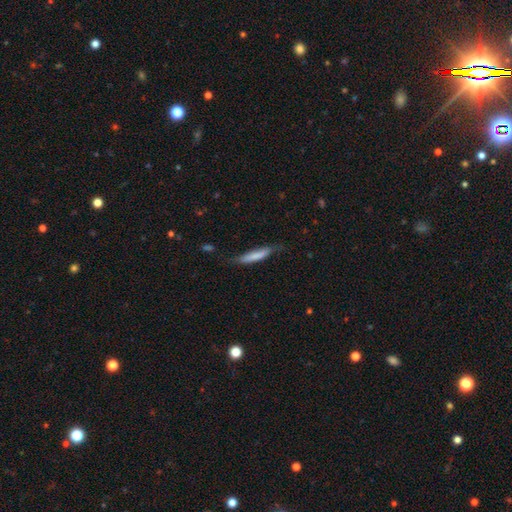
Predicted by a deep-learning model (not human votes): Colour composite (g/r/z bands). It shows a smooth galaxy with no disk features (72%) that is cigar-shaped (87%). Merging: none (62%).